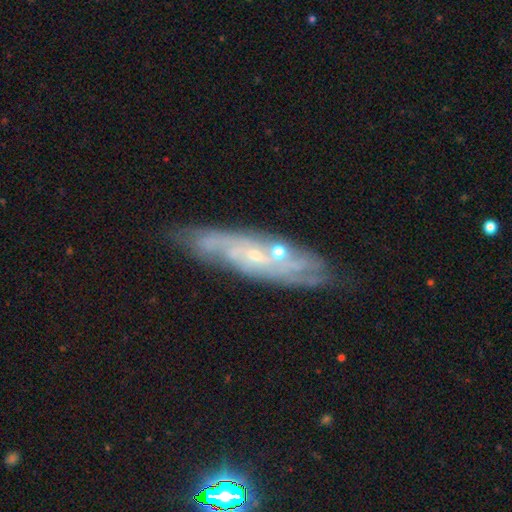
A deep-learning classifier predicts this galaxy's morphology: featured or disk 77%, smooth 14%, star or artifact 9%. Down the decision tree: edge-on disk — no (74%); bar — no (69%); spiral arms — yes (88%); bulge size — small (75%); merging — none (72%).